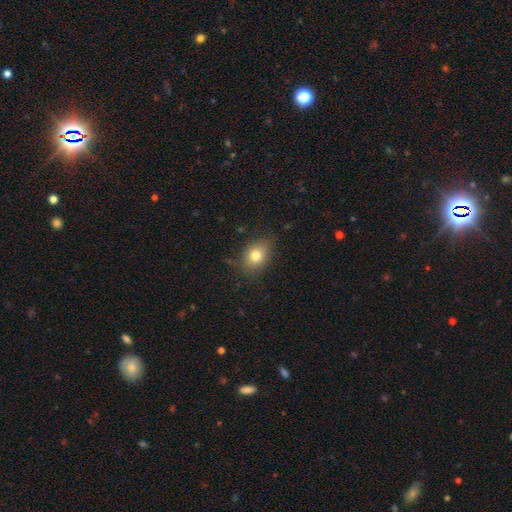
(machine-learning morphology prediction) A smooth galaxy with no disk features (78%) that is in between round and cigar-shaped (63%). Merging: none (78%).